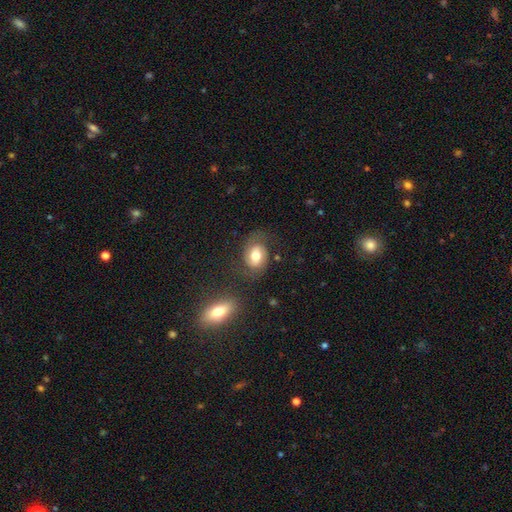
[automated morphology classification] This is possibly a smooth galaxy (48%). Merging: likely none (66%).